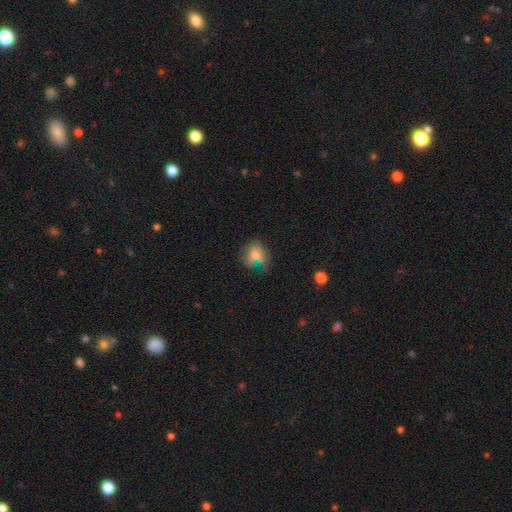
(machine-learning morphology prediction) This appears to be a smooth galaxy with no disk features (62%) that is in between round and cigar-shaped (54%). Merging: none (43%).